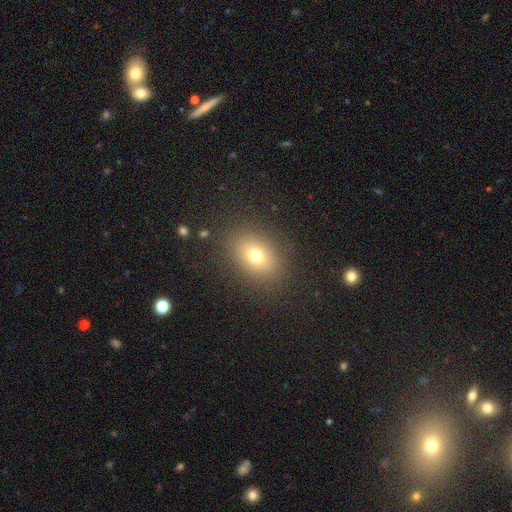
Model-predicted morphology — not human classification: This is likely a smooth galaxy (73%). How rounded: likely in between (66%). Merging: clearly none (86%).